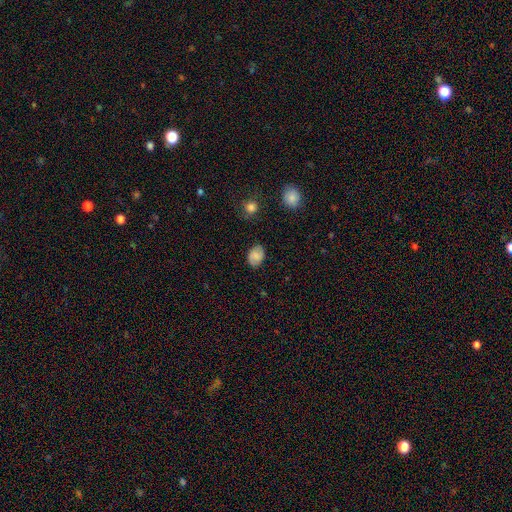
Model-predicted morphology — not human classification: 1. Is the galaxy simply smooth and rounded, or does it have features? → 72% smooth, 19% featured or disk, 9% star or artifact.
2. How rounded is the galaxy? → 71% in between, 28% round, 1% cigar-shaped.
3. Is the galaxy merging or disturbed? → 80% none, 15% minor disturbance, 3% major disturbance, 1% merger.